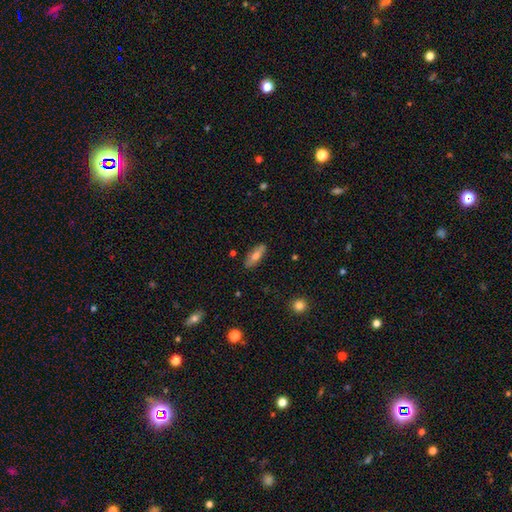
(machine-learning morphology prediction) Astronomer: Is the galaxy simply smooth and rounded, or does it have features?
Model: smooth — 68%.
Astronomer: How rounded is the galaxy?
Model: in between — 56% (runner-up: cigar-shaped, 41%).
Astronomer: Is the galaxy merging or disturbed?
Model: none — 85%.